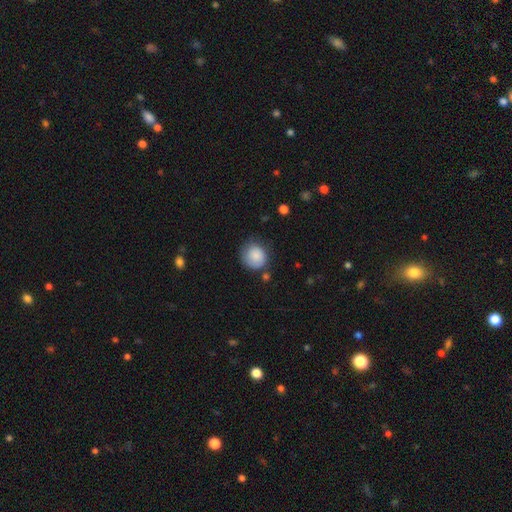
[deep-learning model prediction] Q: Smooth or featured?
A: smooth (84%); runner-up: featured or disk (9%)
Q: How rounded?
A: round (85%); runner-up: in between (14%)
Q: Merging?
A: none (63%); runner-up: minor disturbance (25%)